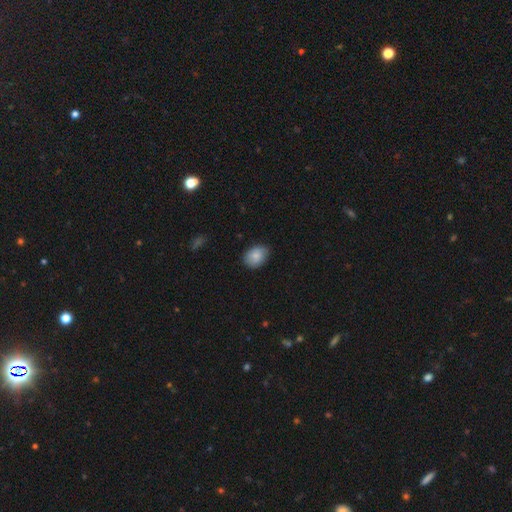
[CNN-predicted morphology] type=smooth (85%); roundness=in between (67%); merging=none (79%).